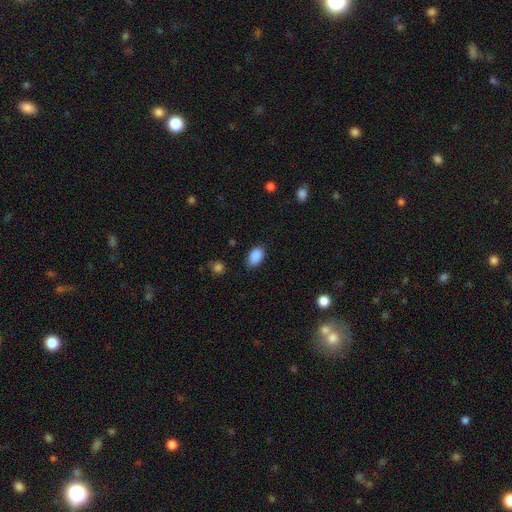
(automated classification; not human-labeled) Morphology: type=smooth (89%); roundness=in between (90%); merging=none (76%).